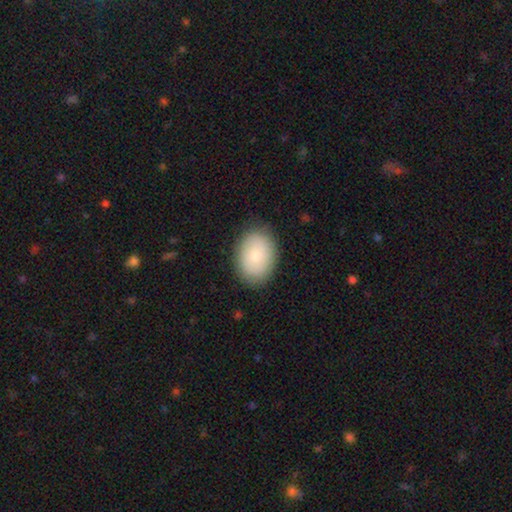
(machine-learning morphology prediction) smooth 75%, featured or disk 18%, star or artifact 7%. Down the decision tree: how rounded — in between (74%); merging — none (85%).